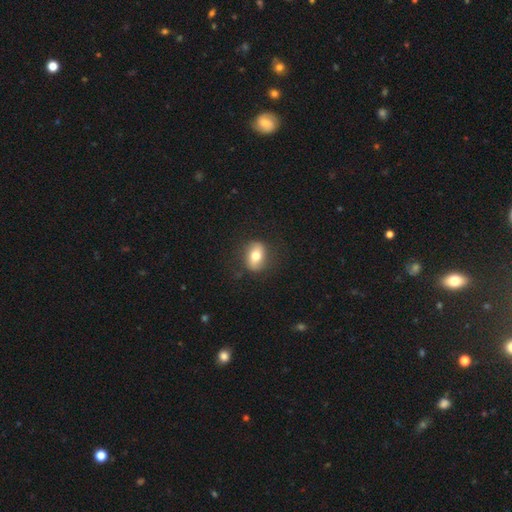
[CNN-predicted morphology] Overall: smooth (68%). How rounded: in between (74%). Merging: none (80%).